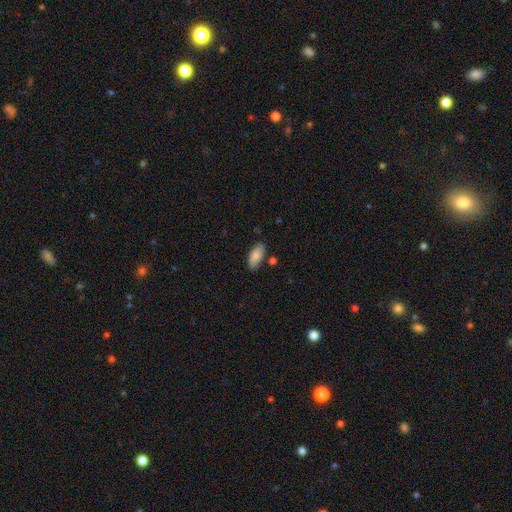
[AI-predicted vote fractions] This is clearly a smooth galaxy (85%). How rounded: clearly in between (88%). Merging: likely none (78%).